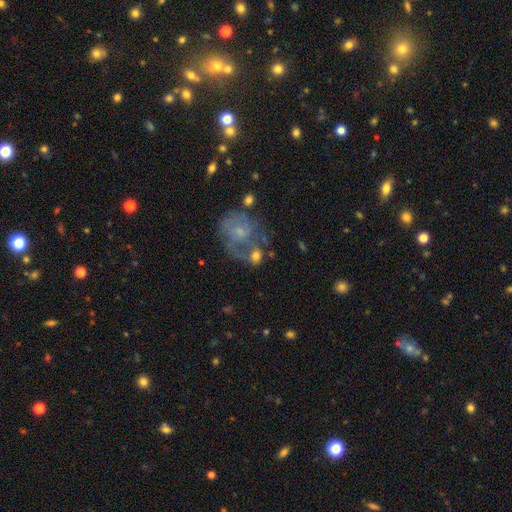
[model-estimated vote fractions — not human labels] Smooth or featured: smooth — 48% (featured or disk — 41%)
Merging: none — 31% (tied with merger — 31%)